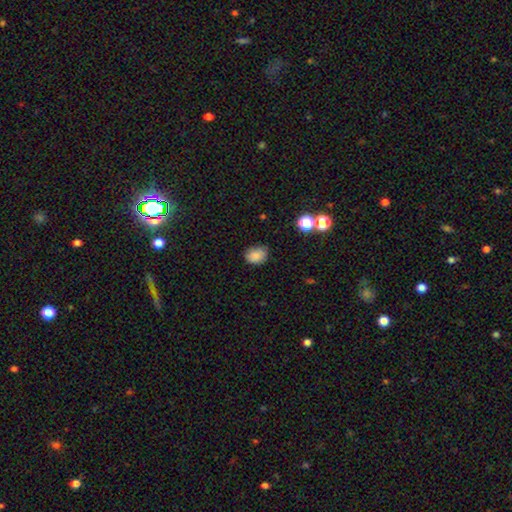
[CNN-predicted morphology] Smooth or featured?
  - smooth: 84% *
  - star or artifact: 11%
  - featured or disk: 5%
How rounded?
  - in between: 55% *
  - round: 44%
  - cigar-shaped: 1%
Merging?
  - none: 71% *
  - minor disturbance: 22%
  - major disturbance: 4%
  - merger: 2%